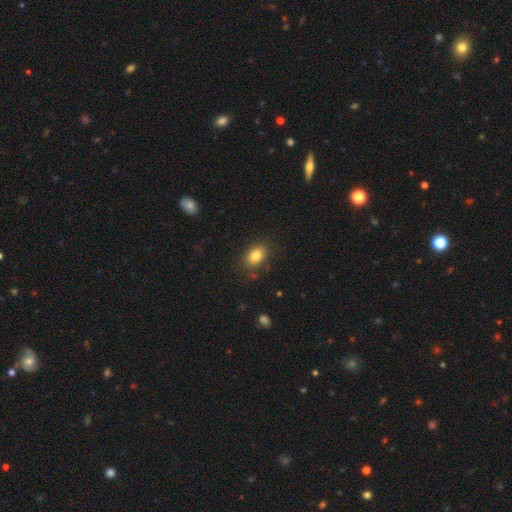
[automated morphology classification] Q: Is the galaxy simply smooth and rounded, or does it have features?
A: smooth — 82%.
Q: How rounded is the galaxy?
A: in between — 78%.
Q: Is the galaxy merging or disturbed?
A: none — 83%.